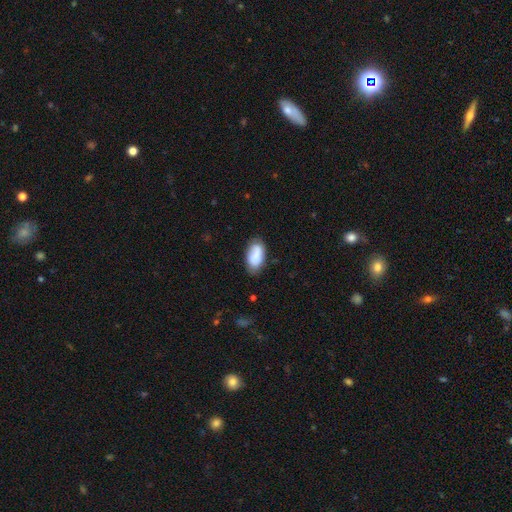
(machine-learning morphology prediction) smooth 82%, featured or disk 11%, star or artifact 7%. Down the decision tree: how rounded — in between (94%); merging — none (74%).